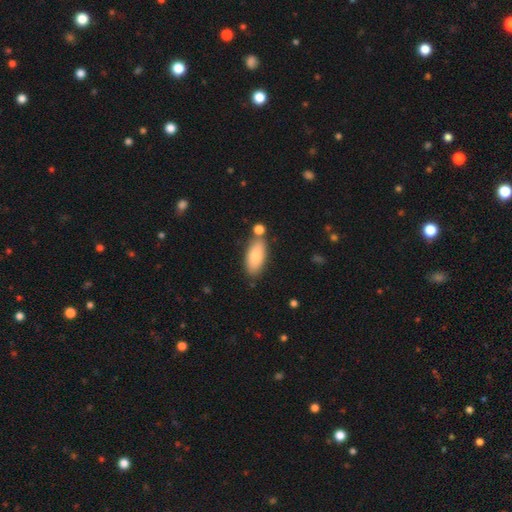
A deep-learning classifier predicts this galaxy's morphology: Smooth or featured: smooth — 83% (featured or disk — 11%)
How rounded: in between — 84% (cigar-shaped — 14%)
Merging: none — 69% (minor disturbance — 14%)